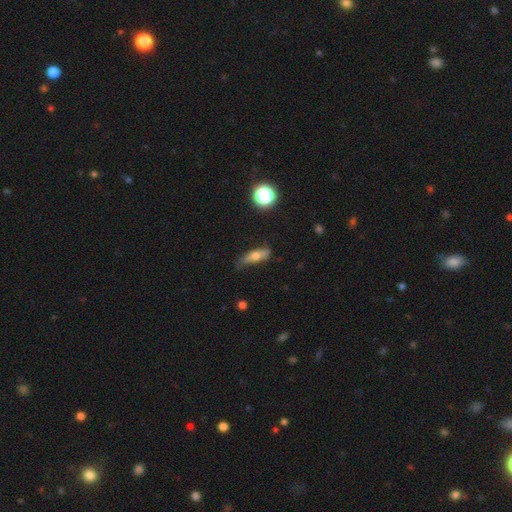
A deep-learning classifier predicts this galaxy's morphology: A smooth galaxy with no disk features (58%) that is in between round and cigar-shaped (50%).

Vote fractions:
- Smooth or featured? smooth: 58% / featured or disk: 33% / star or artifact: 9%
- How rounded? in between: 50% / cigar-shaped: 45% / round: 5%
- Merging? none: 58% / minor disturbance: 32% / major disturbance: 8% / merger: 2%